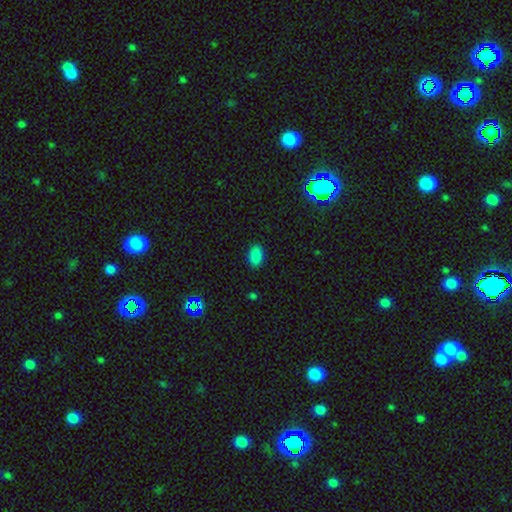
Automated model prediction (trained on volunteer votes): Morphology: type=smooth (86%); roundness=in between (89%); merging=none (89%).